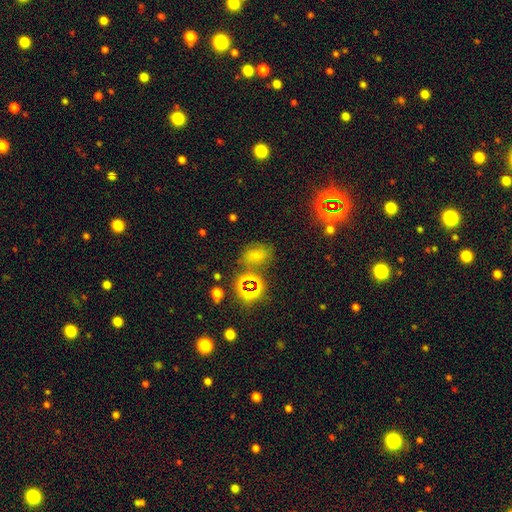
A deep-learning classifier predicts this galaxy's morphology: Smooth or featured: star or artifact — 48% (smooth — 36%)